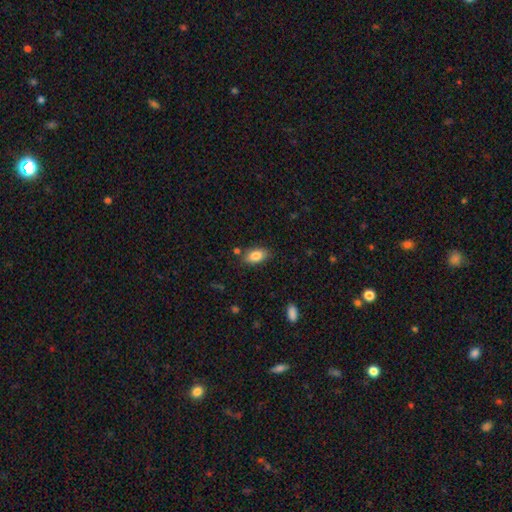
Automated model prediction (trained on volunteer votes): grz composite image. It shows a smooth galaxy with no disk features (84%) that is in between round and cigar-shaped (91%). Merging: none (82%).